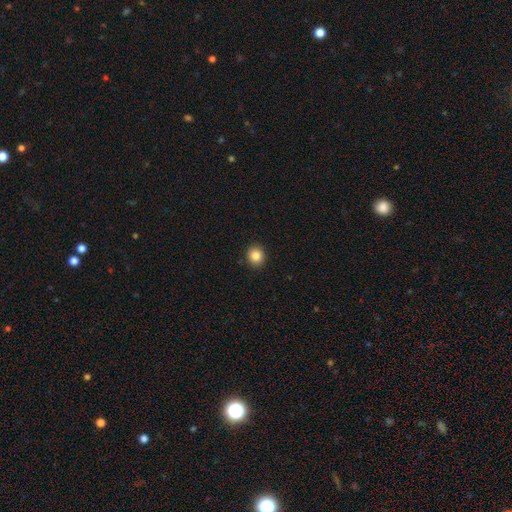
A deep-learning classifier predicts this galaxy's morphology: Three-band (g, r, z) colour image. It shows a smooth galaxy with no disk features (85%) that is round (84%). Merging: none (92%).